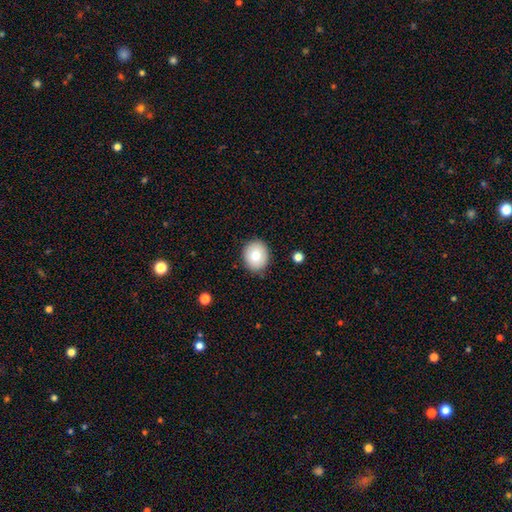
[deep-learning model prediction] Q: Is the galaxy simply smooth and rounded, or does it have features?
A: smooth — 79%.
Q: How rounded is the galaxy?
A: round — 73%.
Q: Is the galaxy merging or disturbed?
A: none — 87%.